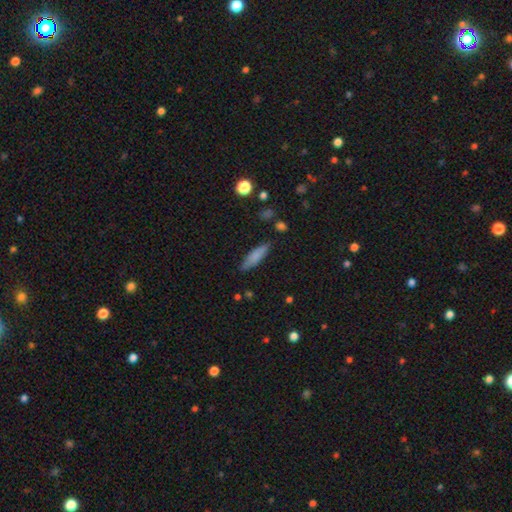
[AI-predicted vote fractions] This appears to be a smooth galaxy with no disk features (81%) that is cigar-shaped (61%). Merging: none (83%).